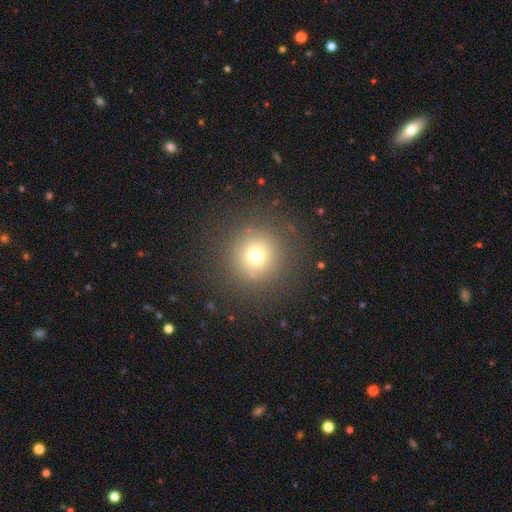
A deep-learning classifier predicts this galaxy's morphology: smooth-or-featured: smooth: 70% | star or artifact: 19% | featured or disk: 11%
  how-rounded: round: 95% | in between: 4% | cigar-shaped: 1%
  merging: none: 87% | minor disturbance: 7% | major disturbance: 4% | merger: 1%